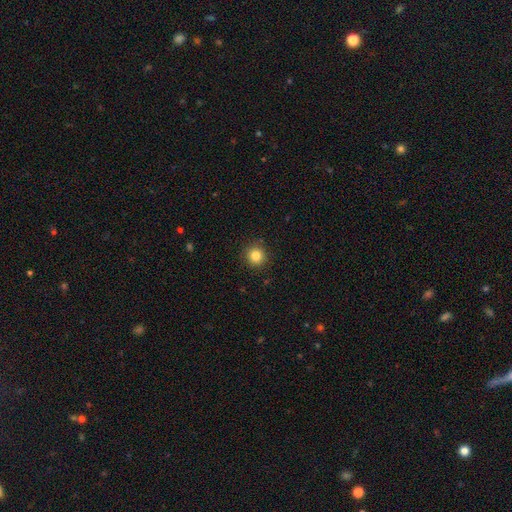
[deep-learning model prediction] Smooth or featured: smooth — 83% (star or artifact — 11%)
How rounded: round — 94% (in between — 5%)
Merging: none — 91% (minor disturbance — 6%)